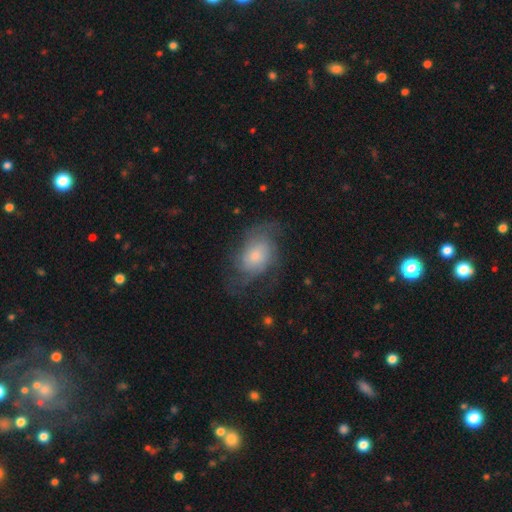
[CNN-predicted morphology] Smooth or featured?
  - featured or disk: 60% *
  - smooth: 32%
  - star or artifact: 8%
Edge-on disk?
  - no: 97% *
  - yes: 3%
Bar?
  - no: 74% *
  - weak: 23%
  - strong: 3%
Spiral arms?
  - yes: 84% *
  - no: 16%
Bulge size?
  - moderate: 39% *
  - small: 32%
  - large: 19%
  - none: 7%
  - dominant: 3%
Merging?
  - none: 54% *
  - minor disturbance: 22%
  - major disturbance: 22%
  - merger: 1%